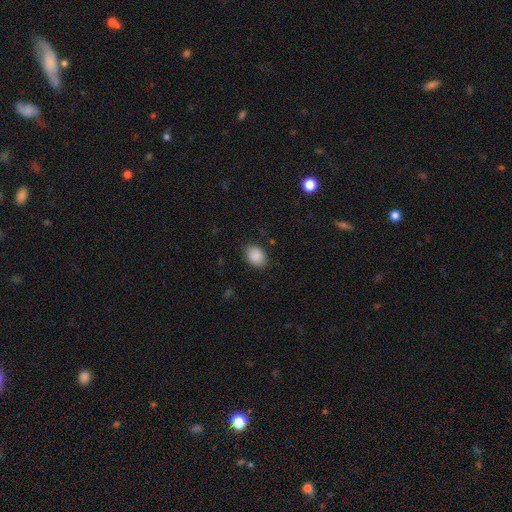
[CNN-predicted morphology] This appears to be a smooth galaxy with no disk features (89%) that is in between round and cigar-shaped (73%). Merging: none (86%).